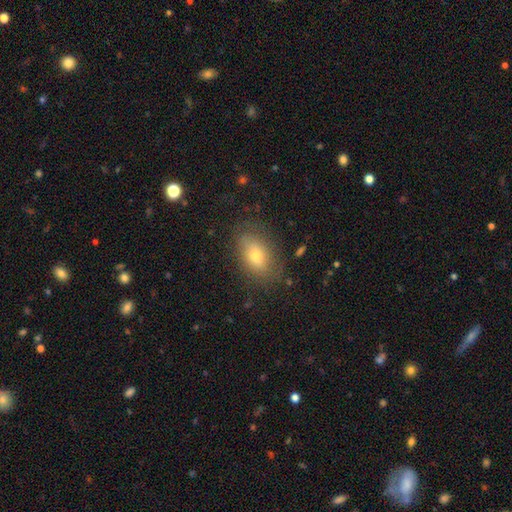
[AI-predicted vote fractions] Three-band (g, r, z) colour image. It shows a smooth galaxy with no disk features (70%) that is in between round and cigar-shaped (85%). Merging: none (79%).